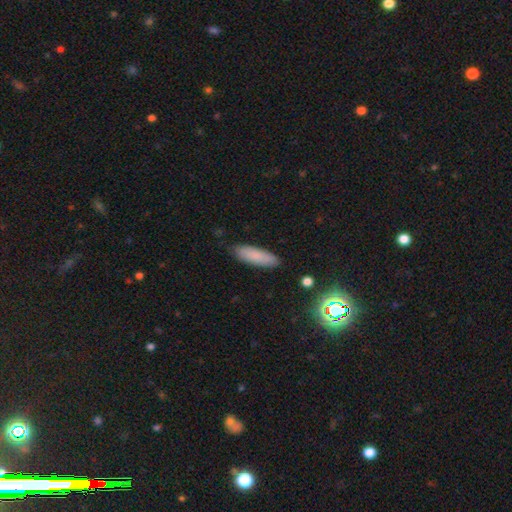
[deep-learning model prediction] smooth-or-featured: smooth: 81% | featured or disk: 10% | star or artifact: 9%
  how-rounded: cigar-shaped: 53% | in between: 45% | round: 2%
  merging: none: 85% | minor disturbance: 12% | major disturbance: 2% | merger: 1%